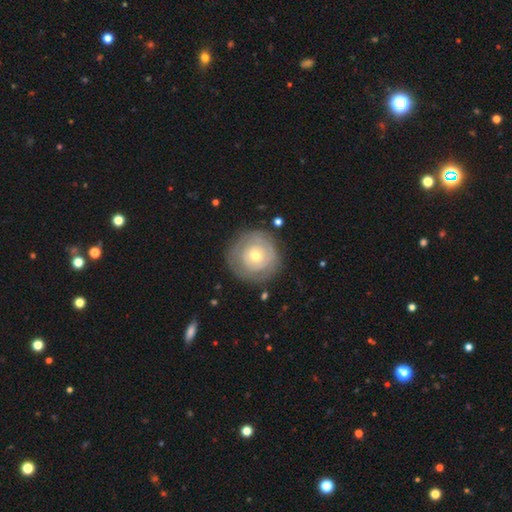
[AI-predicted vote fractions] A featured or disk galaxy (58%) with no bar (88%), no spiral arms (50%, tied with yes) and a small central bulge (49%). Merging: none (80%).